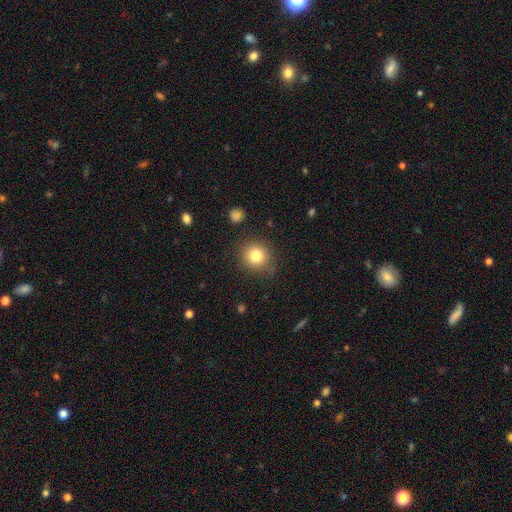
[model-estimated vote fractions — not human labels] The model was most divided on "smooth or featured": smooth: 80%, star or artifact: 12%, featured or disk: 8%. More confident: how rounded — round (88%); merging — none (82%).